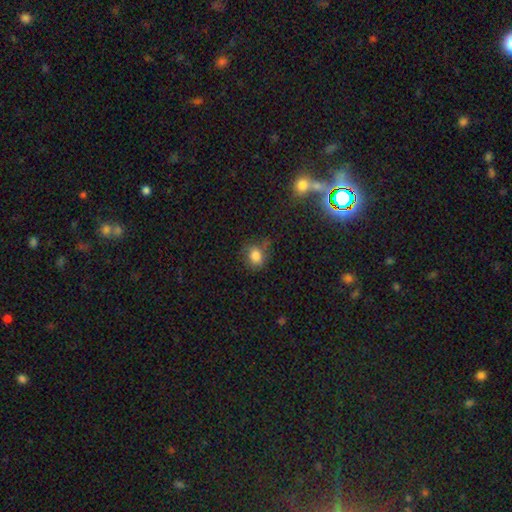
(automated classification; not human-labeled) smooth 81%, star or artifact 12%, featured or disk 7%. Down the decision tree: how rounded — round (56%); merging — none (69%).